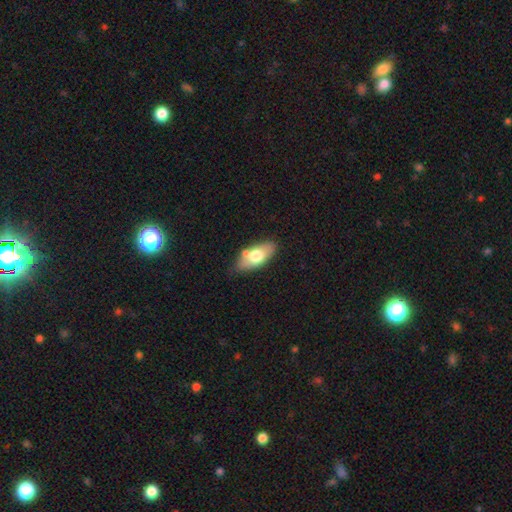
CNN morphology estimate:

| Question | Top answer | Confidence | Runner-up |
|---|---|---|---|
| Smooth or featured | smooth | 65% | featured or disk (29%) |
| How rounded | in between | 88% | cigar-shaped (9%) |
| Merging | none | 71% | minor disturbance (17%) |